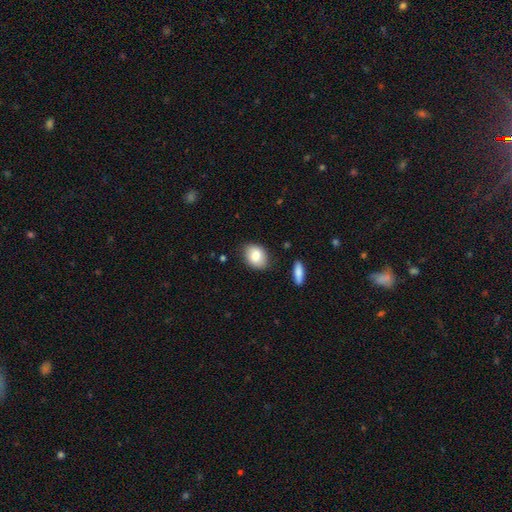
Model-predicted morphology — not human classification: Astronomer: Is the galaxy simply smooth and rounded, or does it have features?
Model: smooth — 83%.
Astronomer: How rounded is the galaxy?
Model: in between — 71%.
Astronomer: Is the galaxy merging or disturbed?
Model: none — 80%.